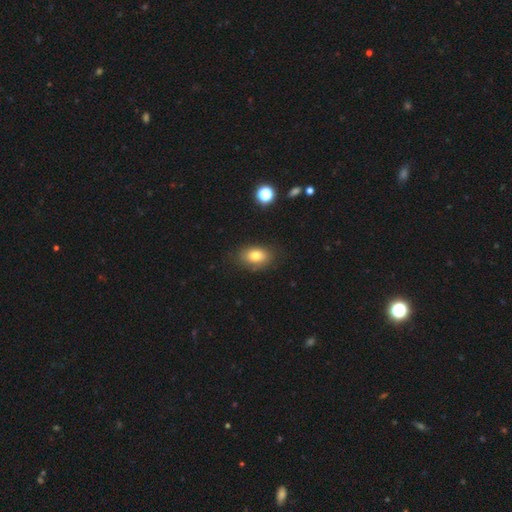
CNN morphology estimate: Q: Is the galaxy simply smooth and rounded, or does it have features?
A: smooth — 78%.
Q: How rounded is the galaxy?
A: in between — 83%.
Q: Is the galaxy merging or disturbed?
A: none — 82%.